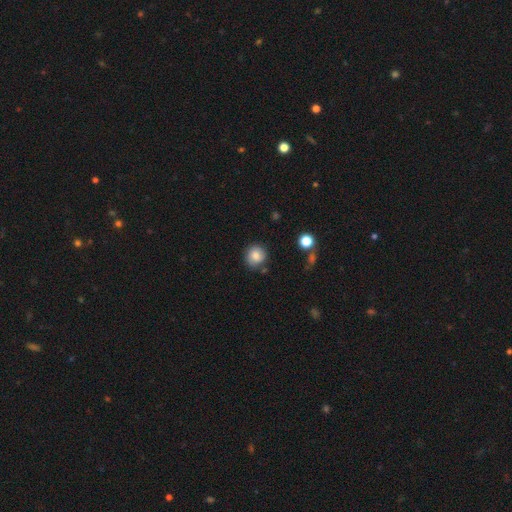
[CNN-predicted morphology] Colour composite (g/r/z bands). It shows a smooth galaxy with no disk features (82%) that is round (90%). Merging: none (82%).